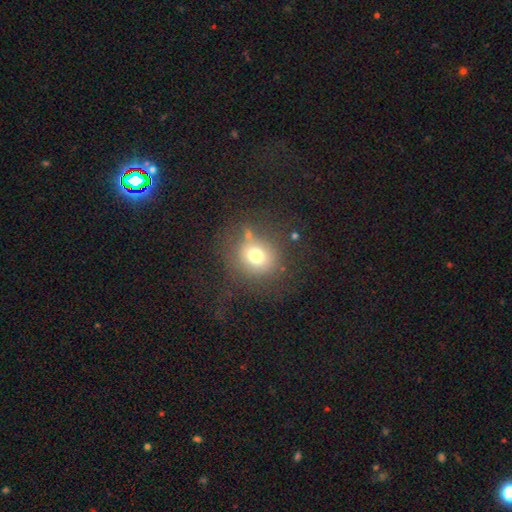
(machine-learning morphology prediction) smooth-or-featured: smooth: 71% | star or artifact: 15% | featured or disk: 13%
  how-rounded: round: 82% | in between: 17% | cigar-shaped: 1%
  merging: none: 70% | minor disturbance: 15% | major disturbance: 10% | merger: 5%